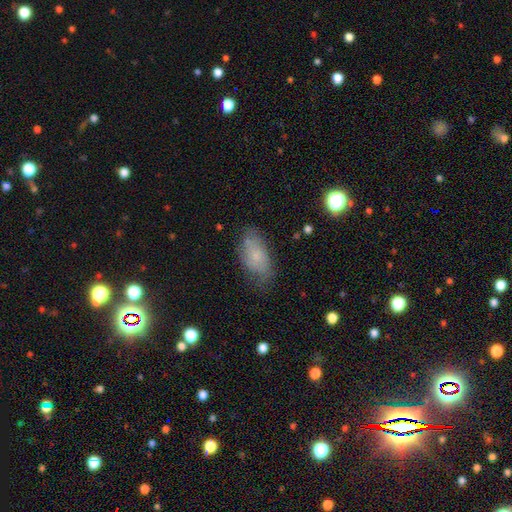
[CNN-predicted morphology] This is possibly a smooth galaxy (60%). How rounded: clearly in between (91%). Merging: likely none (63%).